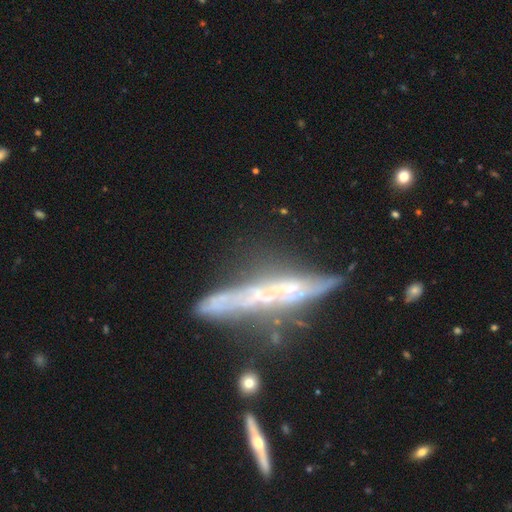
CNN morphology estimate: This is likely a featured or disk galaxy (70%). It is clearly viewed edge-on (84%). Edge-on bulge: likely none (64%). Merging: possibly none (50%).